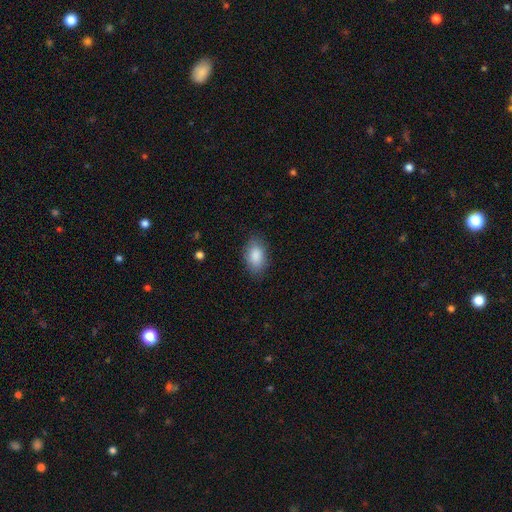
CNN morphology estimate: Smooth or featured? smooth (88%)
How rounded? in between (90%)
Merging? none (83%)